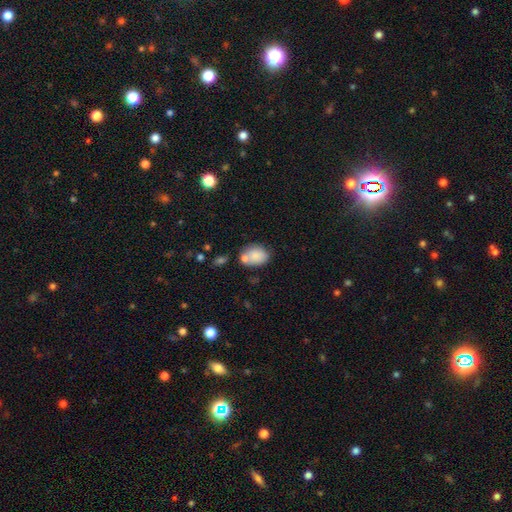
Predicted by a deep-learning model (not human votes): A smooth galaxy with no disk features (83%) that is in between round and cigar-shaped (67%). Merging: none (54%).